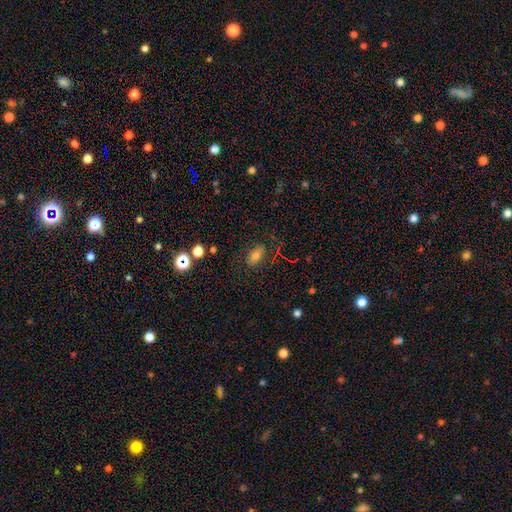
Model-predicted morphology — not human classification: A smooth galaxy with no disk features (63%) that is in between round and cigar-shaped (81%). Merging: none (78%).